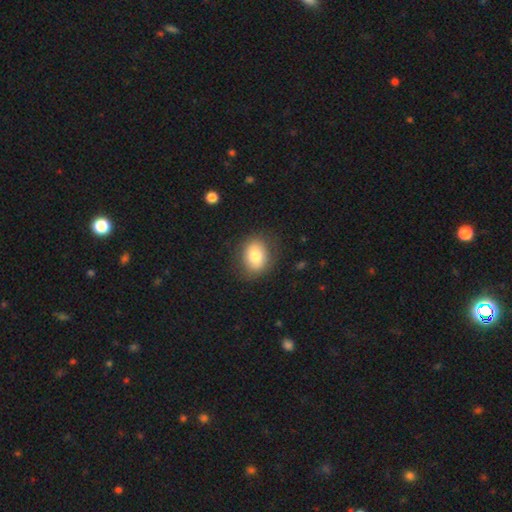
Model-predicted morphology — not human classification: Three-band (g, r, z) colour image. It shows a smooth galaxy with no disk features (78%) that is in between round and cigar-shaped (58%). Merging: none (82%).